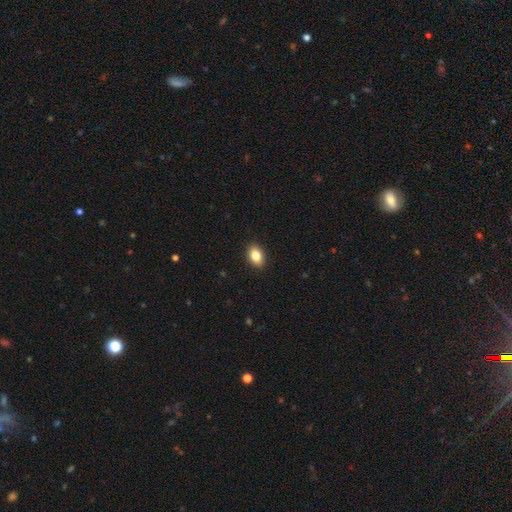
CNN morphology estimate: smooth-or-featured: smooth: 84% | star or artifact: 9% | featured or disk: 7%
  how-rounded: in between: 81% | round: 18% | cigar-shaped: 1%
  merging: none: 91% | minor disturbance: 7% | major disturbance: 2% | merger: 1%